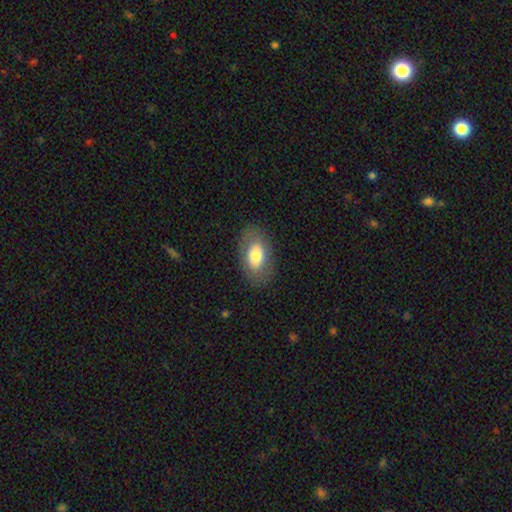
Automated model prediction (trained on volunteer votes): Q: Smooth or featured?
A: smooth (72%); runner-up: featured or disk (21%)
Q: How rounded?
A: in between (92%); runner-up: round (6%)
Q: Merging?
A: none (82%); runner-up: minor disturbance (12%)